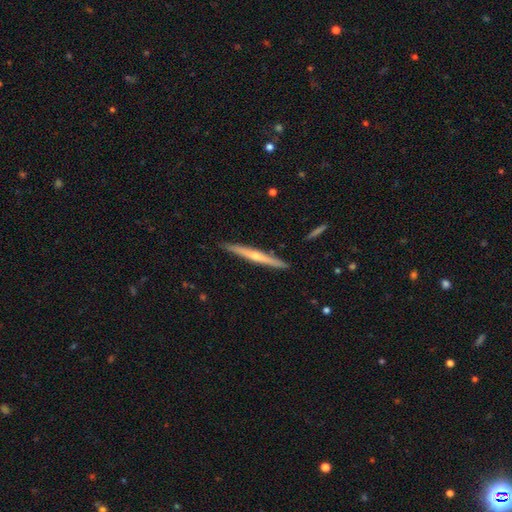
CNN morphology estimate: Smooth or featured? featured or disk (63%)
Edge-on disk? yes (97%)
Edge-on bulge? rounded (66%)
Merging? none (90%)